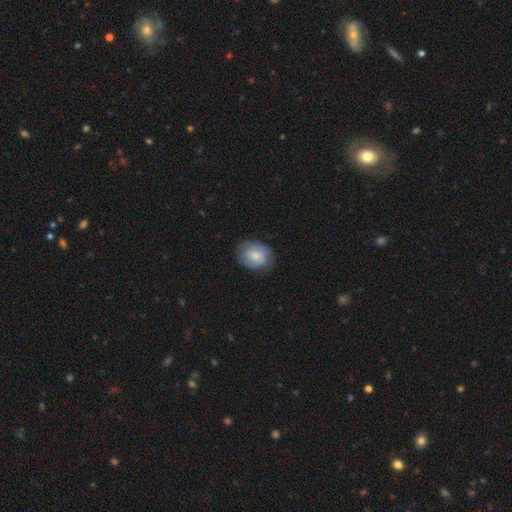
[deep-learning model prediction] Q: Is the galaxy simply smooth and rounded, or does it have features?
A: smooth — 50%.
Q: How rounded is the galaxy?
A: in between — 51%.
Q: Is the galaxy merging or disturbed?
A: none — 74%.